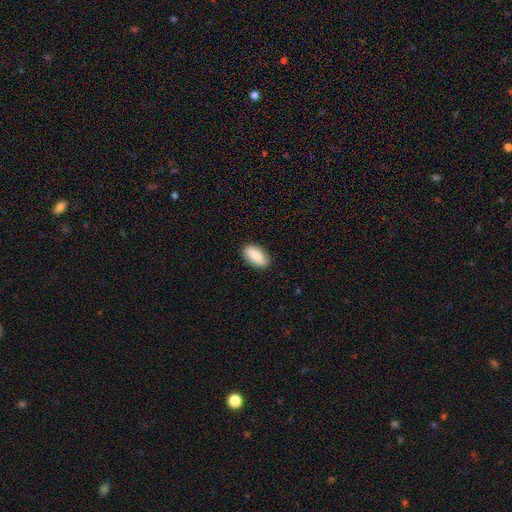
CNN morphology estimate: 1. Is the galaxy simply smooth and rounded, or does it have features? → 78% smooth, 15% featured or disk, 6% star or artifact.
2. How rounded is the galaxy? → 90% in between, 6% cigar-shaped, 4% round.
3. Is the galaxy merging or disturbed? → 87% none, 10% minor disturbance, 2% major disturbance, 1% merger.